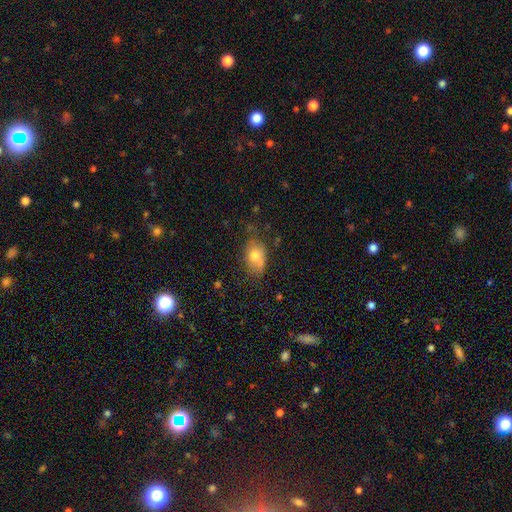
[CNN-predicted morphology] Smooth or featured?
  - smooth: 71% *
  - featured or disk: 19%
  - star or artifact: 10%
How rounded?
  - in between: 82% *
  - round: 16%
  - cigar-shaped: 3%
Merging?
  - none: 57% *
  - minor disturbance: 28%
  - major disturbance: 9%
  - merger: 7%